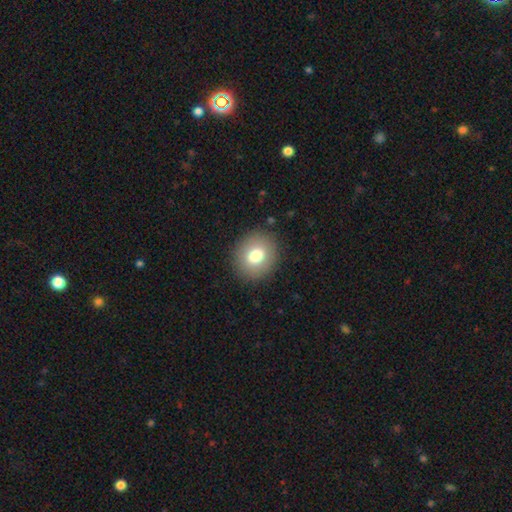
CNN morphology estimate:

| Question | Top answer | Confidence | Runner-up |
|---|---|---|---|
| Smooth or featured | smooth | 76% | featured or disk (14%) |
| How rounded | round | 71% | in between (28%) |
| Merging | none | 89% | minor disturbance (7%) |